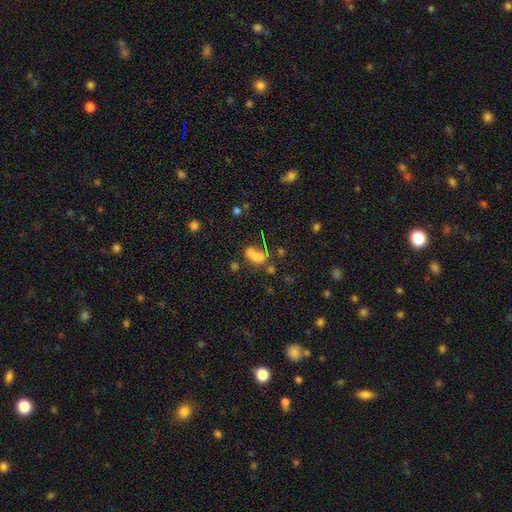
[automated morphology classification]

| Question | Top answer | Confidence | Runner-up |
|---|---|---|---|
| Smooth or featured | smooth | 62% | featured or disk (21%) |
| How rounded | in between | 81% | round (15%) |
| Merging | none | 32% | merger (30%) |